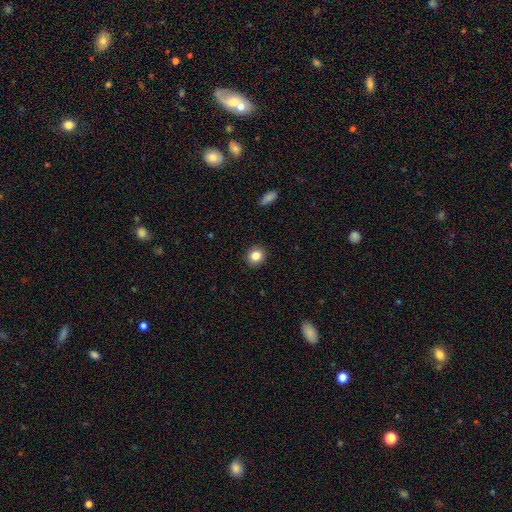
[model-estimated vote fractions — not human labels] Smooth or featured? smooth (84%)
How rounded? round (84%)
Merging? none (91%)